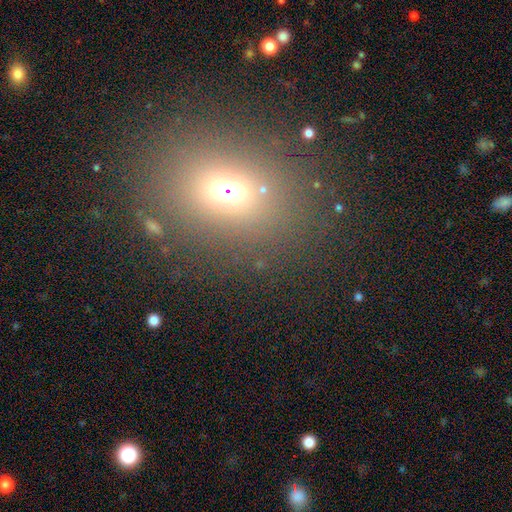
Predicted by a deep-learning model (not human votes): Smooth or featured? smooth (62%)
How rounded? in between (56%)
Merging? none (80%)